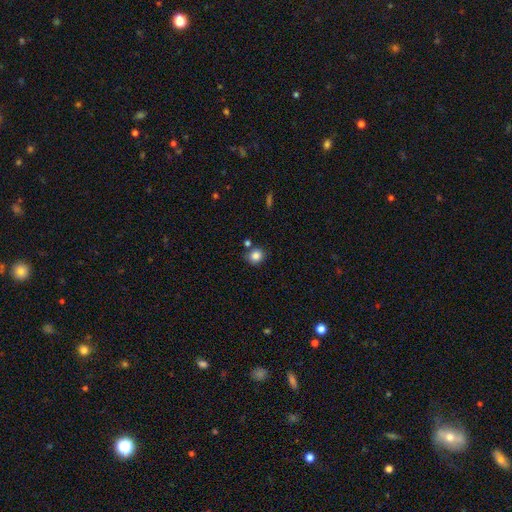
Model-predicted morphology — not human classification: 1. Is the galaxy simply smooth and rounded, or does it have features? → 84% smooth, 10% star or artifact, 5% featured or disk.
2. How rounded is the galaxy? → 85% round, 15% in between, 1% cigar-shaped.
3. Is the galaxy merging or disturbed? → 76% none, 12% minor disturbance, 9% merger, 3% major disturbance.